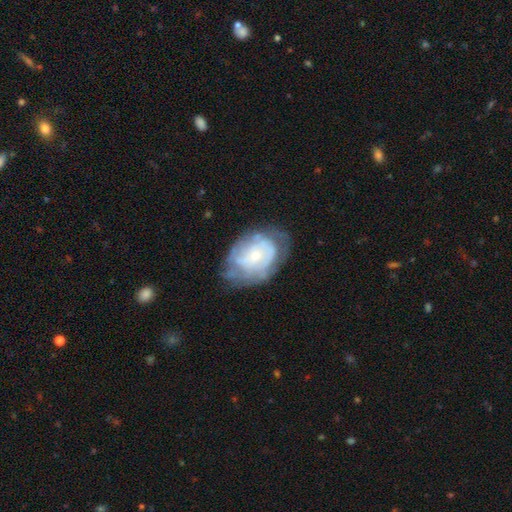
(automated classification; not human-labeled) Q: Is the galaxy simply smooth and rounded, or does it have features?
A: featured or disk — 69%.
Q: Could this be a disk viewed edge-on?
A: no — 97%.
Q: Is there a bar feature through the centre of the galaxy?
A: no — 76%.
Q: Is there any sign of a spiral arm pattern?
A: yes — 71%.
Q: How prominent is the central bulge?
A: small — 65%.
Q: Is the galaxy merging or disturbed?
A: none — 59%.